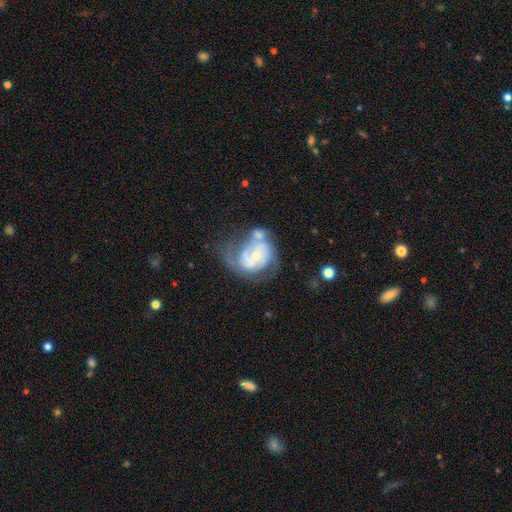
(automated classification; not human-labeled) Q: Smooth or featured?
A: featured or disk (79%); runner-up: smooth (14%)
Q: Edge-on disk?
A: no (98%); runner-up: yes (2%)
Q: Bar?
A: no (68%); runner-up: weak (26%)
Q: Spiral arms?
A: yes (87%); runner-up: no (13%)
Q: Spiral winding?
A: tight (44%); runner-up: medium (40%)
Q: Spiral arm count?
A: 2 (43%); runner-up: can't tell (26%)
Q: Bulge size?
A: small (62%); runner-up: moderate (31%)
Q: Merging?
A: none (29%); runner-up: major disturbance (25%)